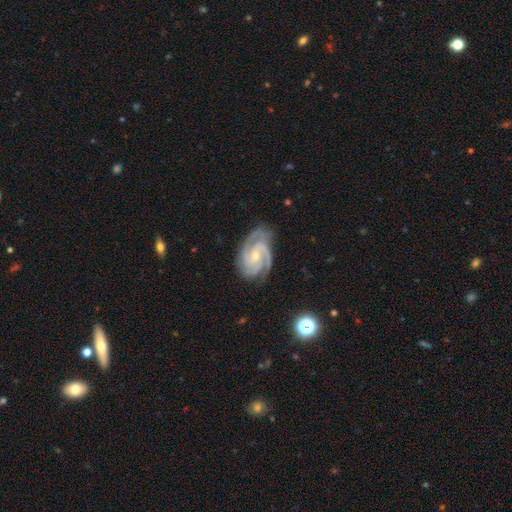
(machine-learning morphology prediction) This is clearly a featured or disk galaxy (92%). It is clearly not viewed edge-on (98%). Bar: possibly no (57%). Spiral arm pattern: clearly yes (99%). Spiral arm count: possibly 3 (58%). Spiral winding: likely tight (61%). Central bulge: likely small (65%). Merging: likely none (77%).